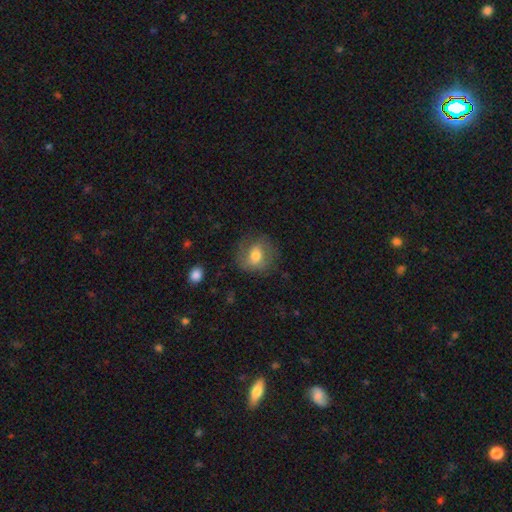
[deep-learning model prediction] Smooth or featured? smooth (59%)
How rounded? round (70%)
Merging? none (69%)